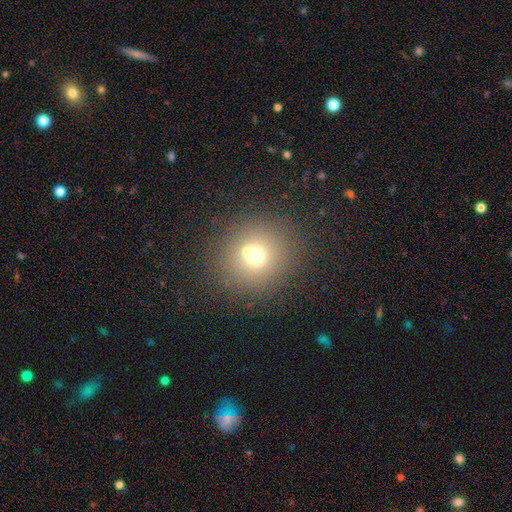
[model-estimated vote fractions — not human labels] This is likely a smooth galaxy (66%). How rounded: clearly round (92%). Merging: likely none (71%).